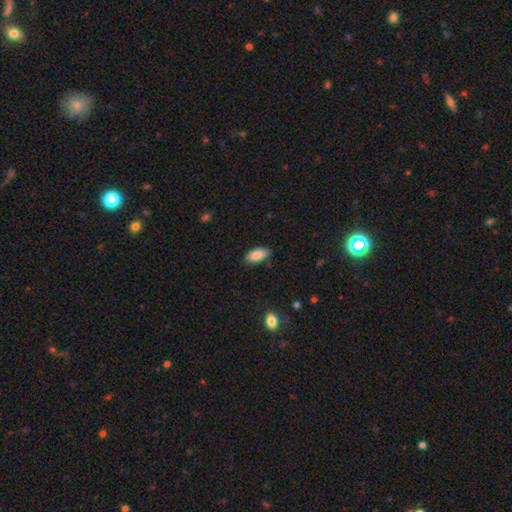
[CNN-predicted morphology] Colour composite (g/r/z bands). It shows a smooth galaxy with no disk features (88%) that is in between round and cigar-shaped (91%). Merging: none (85%).